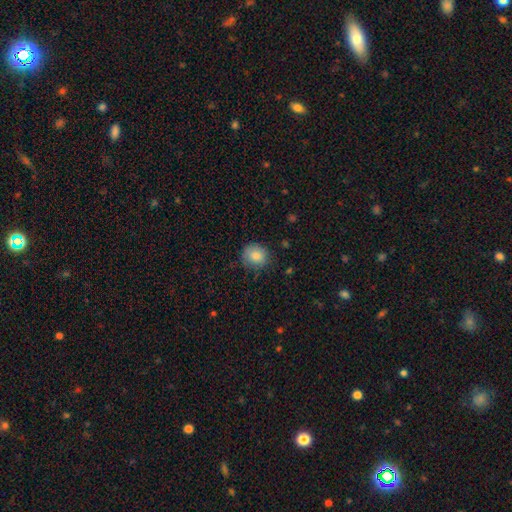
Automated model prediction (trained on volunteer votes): This appears to be a smooth galaxy with no disk features (84%) that is round (80%). Merging: none (78%).